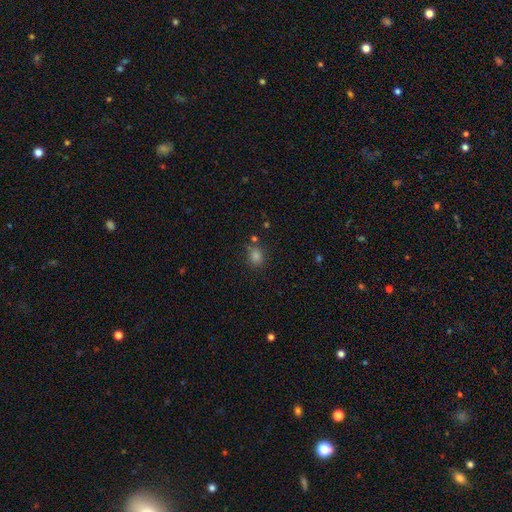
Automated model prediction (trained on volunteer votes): smooth_or_featured: smooth (p=0.74) [alt: star or artifact p=0.21]
how_rounded: round (p=0.68) [alt: in between p=0.30]
merging: none (p=0.78) [alt: minor disturbance p=0.12]